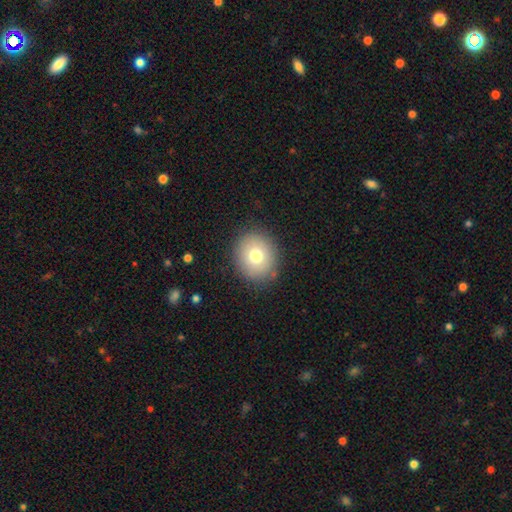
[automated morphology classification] A smooth galaxy with no disk features (76%) that is round (78%).

Vote fractions:
- Smooth or featured? smooth: 76% / featured or disk: 14% / star or artifact: 11%
- How rounded? round: 78% / in between: 21% / cigar-shaped: 1%
- Merging? none: 88% / minor disturbance: 8% / major disturbance: 3% / merger: 1%